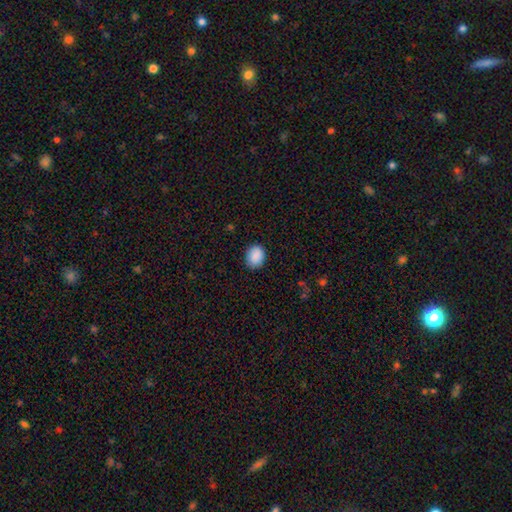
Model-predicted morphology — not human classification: Q: Smooth or featured?
A: smooth (89%); runner-up: star or artifact (8%)
Q: How rounded?
A: in between (51%); runner-up: round (49%)
Q: Merging?
A: none (87%); runner-up: minor disturbance (10%)